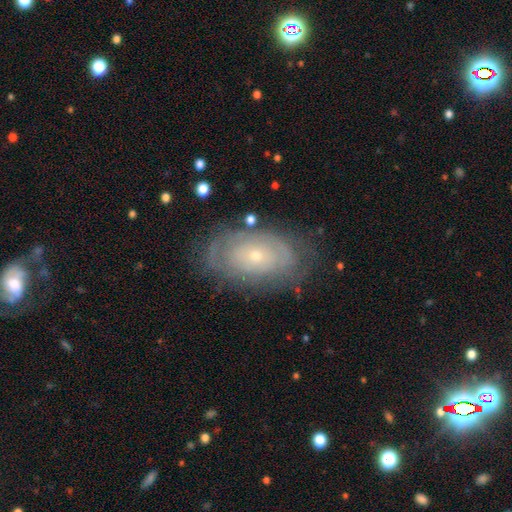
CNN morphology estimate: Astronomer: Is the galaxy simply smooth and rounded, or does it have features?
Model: featured or disk — 69%.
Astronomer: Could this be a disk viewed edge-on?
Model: no — 94%.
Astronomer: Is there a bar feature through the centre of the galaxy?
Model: no — 87%.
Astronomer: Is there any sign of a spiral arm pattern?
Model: yes — 69%.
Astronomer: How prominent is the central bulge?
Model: small — 75%.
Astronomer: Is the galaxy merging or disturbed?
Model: none — 74%.